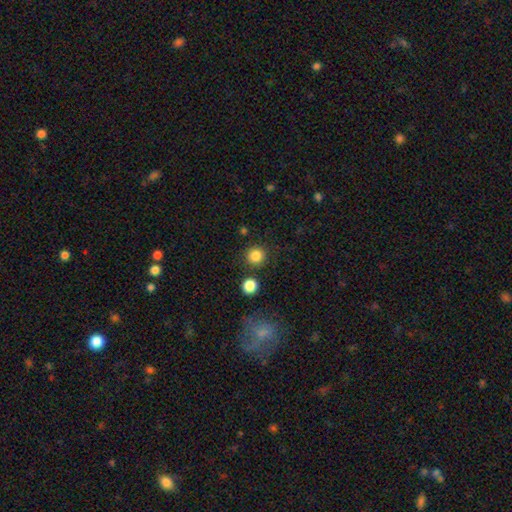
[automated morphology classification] smooth_or_featured: smooth (p=0.84) [alt: star or artifact p=0.12]
how_rounded: round (p=0.93) [alt: in between p=0.07]
merging: none (p=0.85) [alt: minor disturbance p=0.07]